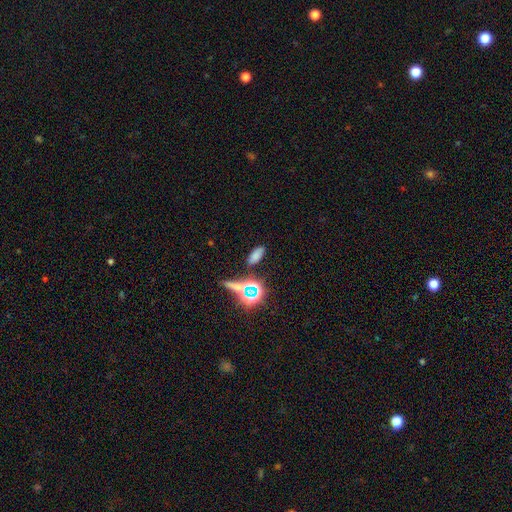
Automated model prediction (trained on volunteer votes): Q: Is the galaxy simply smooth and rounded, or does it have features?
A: smooth — 67%.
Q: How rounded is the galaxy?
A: in between — 78%.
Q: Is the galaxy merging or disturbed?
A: none — 81%.